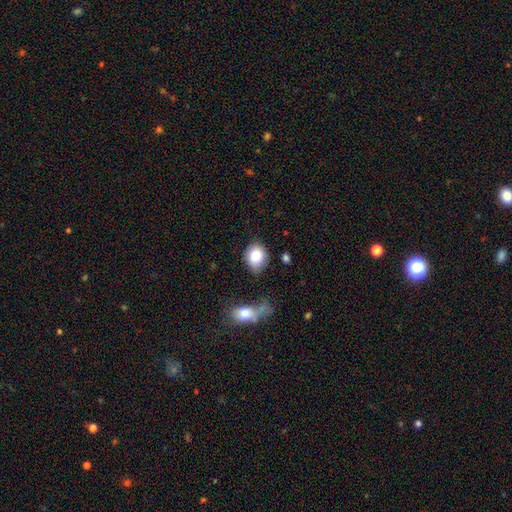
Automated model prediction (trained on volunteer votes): Smooth or featured? smooth (81%)
How rounded? round (55%)
Merging? none (76%)